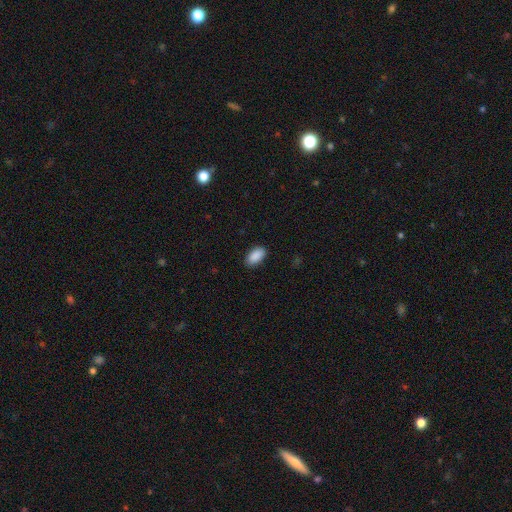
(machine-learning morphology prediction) This is clearly a smooth galaxy (91%). How rounded: clearly in between (95%). Merging: clearly none (87%).